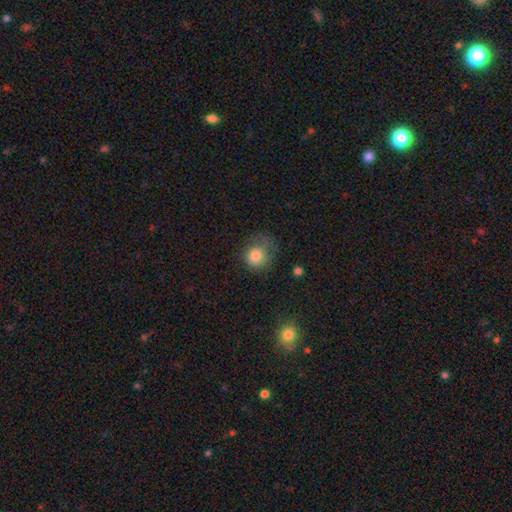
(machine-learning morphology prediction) A smooth galaxy with no disk features (80%) that is round (79%).

Vote fractions:
- Smooth or featured? smooth: 80% / star or artifact: 10% / featured or disk: 9%
- How rounded? round: 79% / in between: 20% / cigar-shaped: 1%
- Merging? none: 46% / minor disturbance: 29% / major disturbance: 22% / merger: 3%